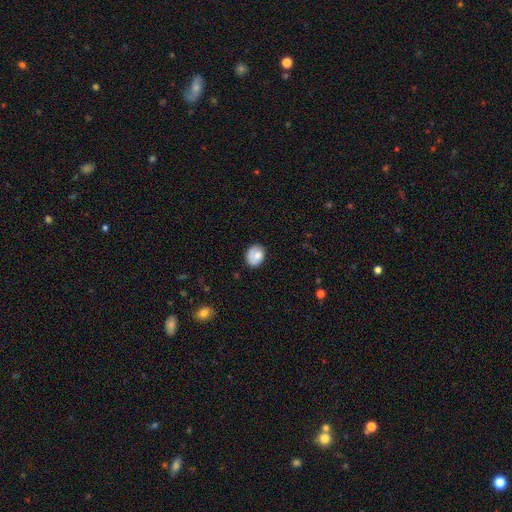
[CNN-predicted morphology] smooth 72%, featured or disk 20%, star or artifact 8%. Down the decision tree: how rounded — in between (58%); merging — none (67%).